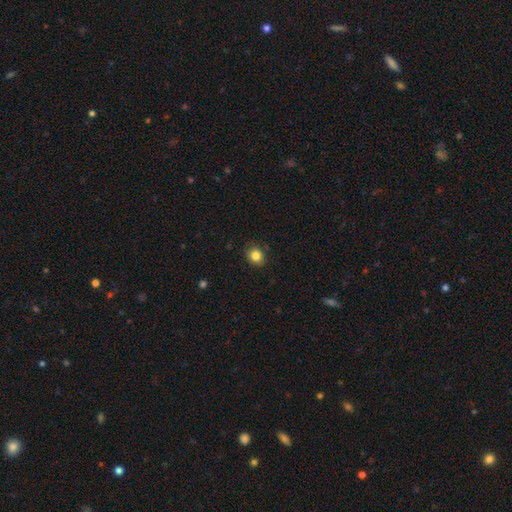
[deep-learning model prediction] A smooth galaxy with no disk features (84%) that is round (65%).

Vote fractions:
- Smooth or featured? smooth: 84% / star or artifact: 10% / featured or disk: 6%
- How rounded? round: 65% / in between: 34% / cigar-shaped: 1%
- Merging? none: 86% / minor disturbance: 10% / major disturbance: 2% / merger: 1%